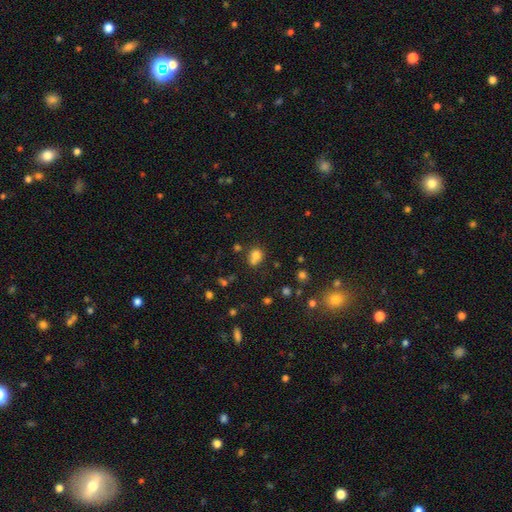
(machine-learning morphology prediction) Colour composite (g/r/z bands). It shows a smooth galaxy with no disk features (75%) that is round (55%). Merging: none (45%).